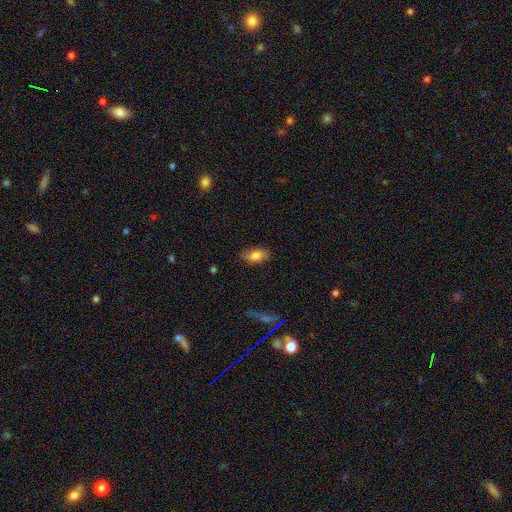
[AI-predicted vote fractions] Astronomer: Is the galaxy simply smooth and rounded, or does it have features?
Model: smooth — 83%.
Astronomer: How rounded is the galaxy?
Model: in between — 91%.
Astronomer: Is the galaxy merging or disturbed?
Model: none — 82%.